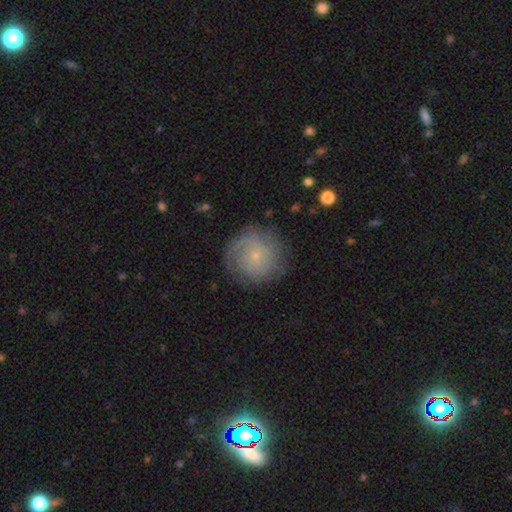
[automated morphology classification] Smooth or featured: featured or disk — 55% (smooth — 37%)
Edge-on disk: no — 98% (yes — 2%)
Bar: no — 78% (weak — 19%)
Spiral arms: yes — 83% (no — 17%)
Bulge size: small — 82% (moderate — 13%)
Merging: none — 78% (minor disturbance — 15%)